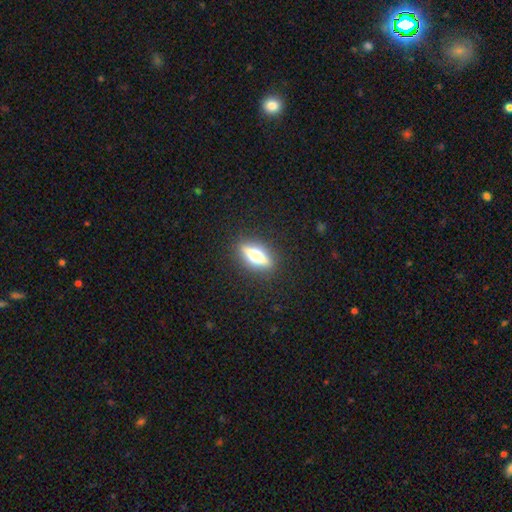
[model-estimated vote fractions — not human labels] A featured or disk galaxy (55%) viewed edge-on (88%). Merging: none (88%).